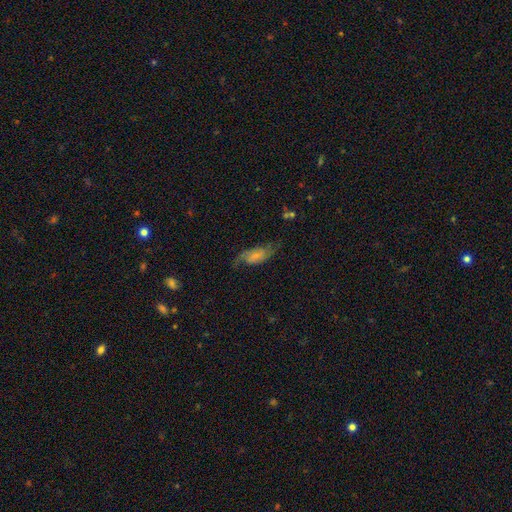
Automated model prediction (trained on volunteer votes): smooth_or_featured: featured or disk (p=0.65) [alt: smooth p=0.27]
disk_edge_on: no (p=0.93) [alt: yes p=0.07]
bar: no (p=0.50) [alt: weak p=0.40]
has_spiral_arms: yes (p=0.90) [alt: no p=0.10]
spiral_winding: loose (p=0.50) [alt: medium p=0.37]
spiral_arm_count: 2 (p=0.85) [alt: can't tell p=0.07]
bulge_size: small (p=0.50) [alt: moderate p=0.24]
merging: none (p=0.58) [alt: minor disturbance p=0.22]